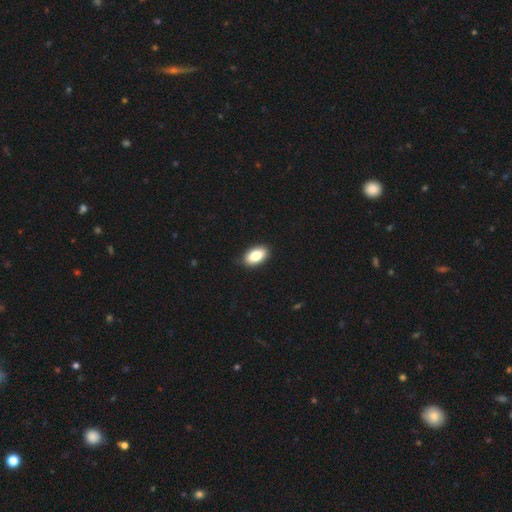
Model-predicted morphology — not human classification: Q: Smooth or featured?
A: smooth (84%); runner-up: featured or disk (9%)
Q: How rounded?
A: in between (93%); runner-up: round (5%)
Q: Merging?
A: none (89%); runner-up: minor disturbance (8%)